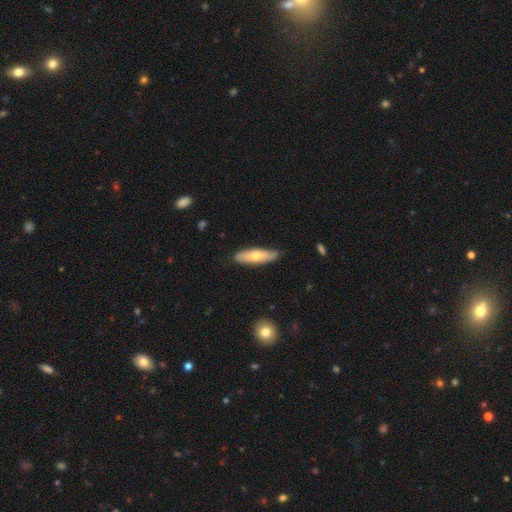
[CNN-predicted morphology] Smooth or featured? Predicted: smooth (p=0.59). How rounded? Predicted: cigar-shaped (p=0.60). Merging? Predicted: none (p=0.81).